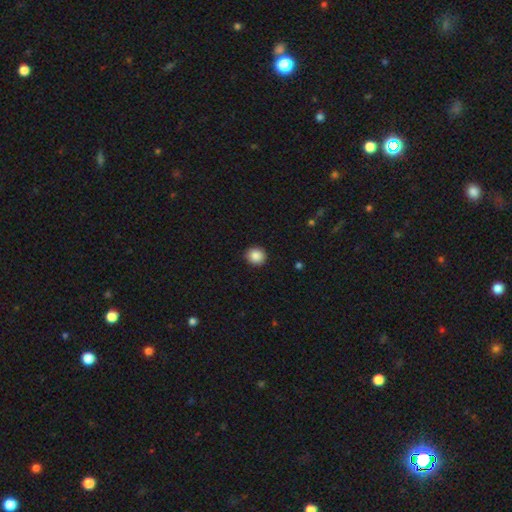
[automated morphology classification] smooth 87%, star or artifact 9%, featured or disk 4%. Down the decision tree: how rounded — round (90%); merging — none (92%).